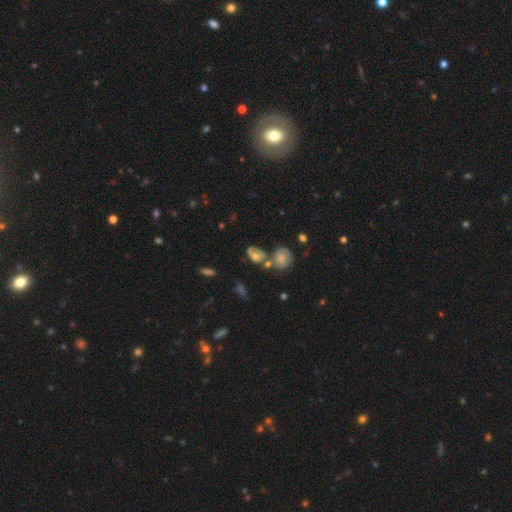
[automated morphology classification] smooth_or_featured: smooth (p=0.55) [alt: featured or disk p=0.33]
how_rounded: in between (p=0.63) [alt: round p=0.35]
merging: none (p=0.38) [alt: merger p=0.29]